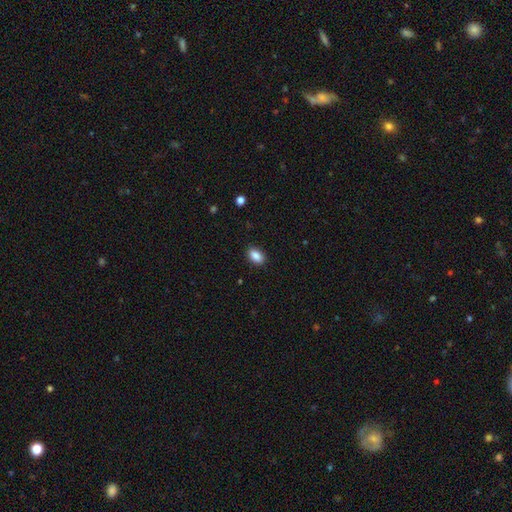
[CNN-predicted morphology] The model was most divided on "how rounded": in between: 89%, round: 9%, cigar-shaped: 2%. More confident: merging — none (89%); smooth or featured — smooth (88%).